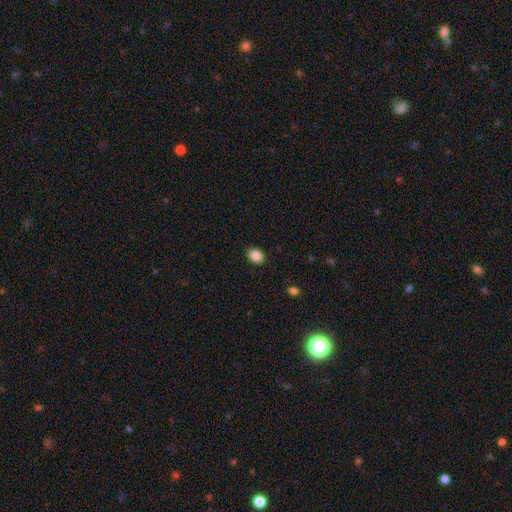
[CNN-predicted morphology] smooth_or_featured: smooth (p=0.87) [alt: star or artifact p=0.09]
how_rounded: in between (p=0.65) [alt: round p=0.34]
merging: none (p=0.89) [alt: minor disturbance p=0.08]